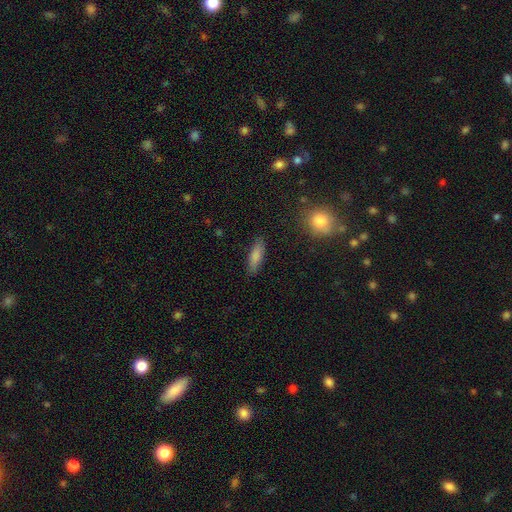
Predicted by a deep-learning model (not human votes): The model was most divided on "how rounded": cigar-shaped: 54%, in between: 43%, round: 2%. More confident: merging — none (86%); smooth or featured — smooth (82%).